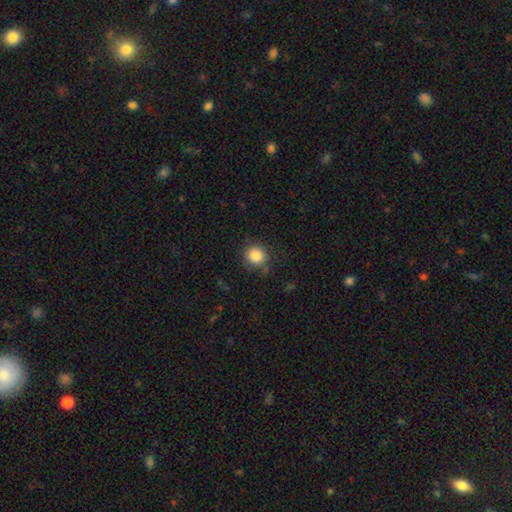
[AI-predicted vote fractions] smooth_or_featured: smooth (p=0.85) [alt: star or artifact p=0.10]
how_rounded: round (p=0.92) [alt: in between p=0.07]
merging: none (p=0.84) [alt: minor disturbance p=0.11]